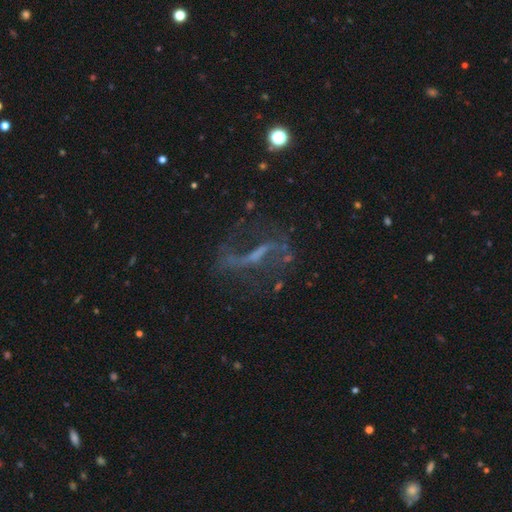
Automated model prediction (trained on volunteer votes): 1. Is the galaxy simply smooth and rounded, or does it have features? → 76% featured or disk, 14% star or artifact, 9% smooth.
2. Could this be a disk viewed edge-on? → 86% no, 14% yes.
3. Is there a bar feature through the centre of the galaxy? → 56% strong, 29% weak, 15% no.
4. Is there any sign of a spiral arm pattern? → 81% yes, 19% no.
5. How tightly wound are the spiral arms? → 76% loose, 18% medium, 6% tight.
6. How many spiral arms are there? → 85% 2, 6% can't tell, 5% 1, 1% 3, 1% 4, 1% more than 4.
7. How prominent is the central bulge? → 49% none, 36% small, 12% moderate, 2% large, 1% dominant.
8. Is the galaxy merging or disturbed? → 63% none, 18% major disturbance, 16% minor disturbance, 4% merger.